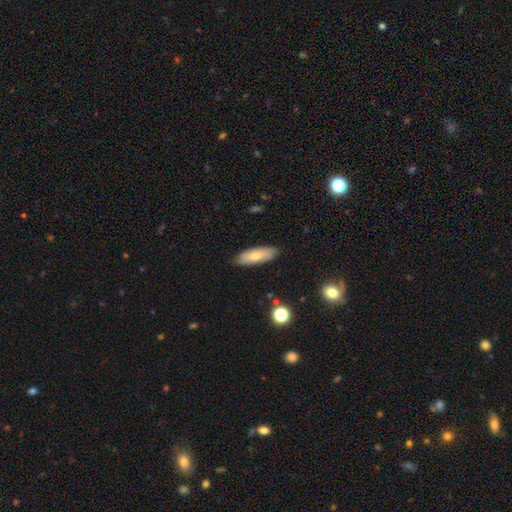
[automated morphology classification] Smooth or featured: smooth — 70% (featured or disk — 24%)
How rounded: in between — 63% (cigar-shaped — 36%)
Merging: none — 86% (minor disturbance — 11%)